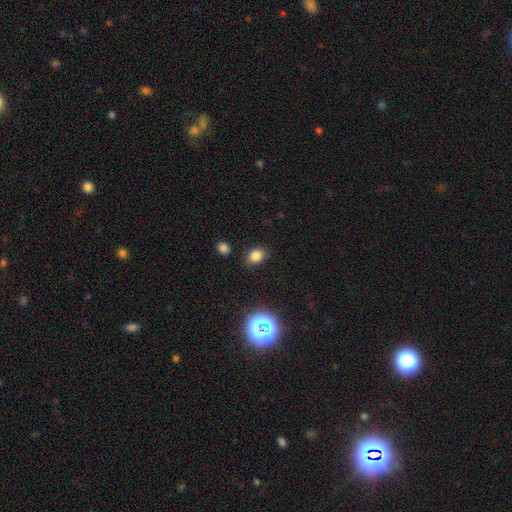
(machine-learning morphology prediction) Q: Smooth or featured?
A: smooth (78%); runner-up: star or artifact (16%)
Q: How rounded?
A: in between (57%); runner-up: round (41%)
Q: Merging?
A: none (84%); runner-up: minor disturbance (11%)